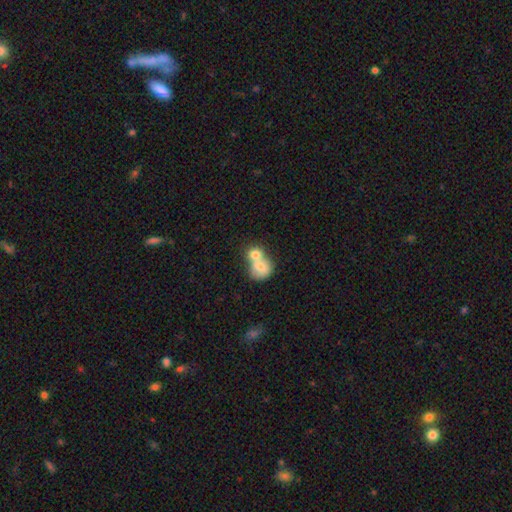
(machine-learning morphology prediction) Overall: smooth (72%). How rounded: round (71%). Merging: merger (70%).